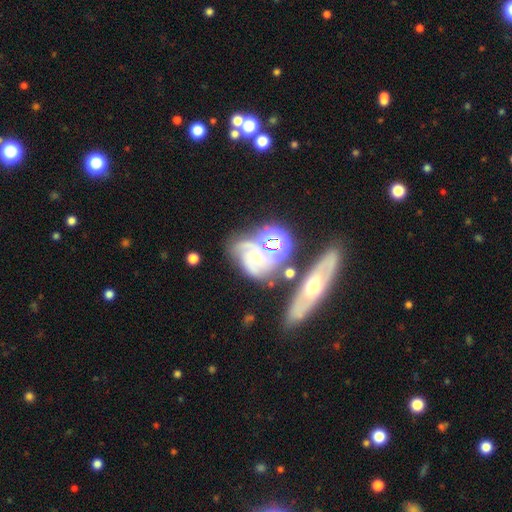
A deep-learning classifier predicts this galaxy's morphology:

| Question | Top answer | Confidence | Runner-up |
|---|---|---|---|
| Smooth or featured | featured or disk | 66% | smooth (17%) |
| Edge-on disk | no | 93% | yes (7%) |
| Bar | no | 71% | weak (21%) |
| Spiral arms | yes | 86% | no (14%) |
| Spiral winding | tight | 47% | medium (38%) |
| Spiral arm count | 3 | 32% | can't tell (26%) |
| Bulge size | small | 45% | moderate (40%) |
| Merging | none | 45% | merger (19%) |